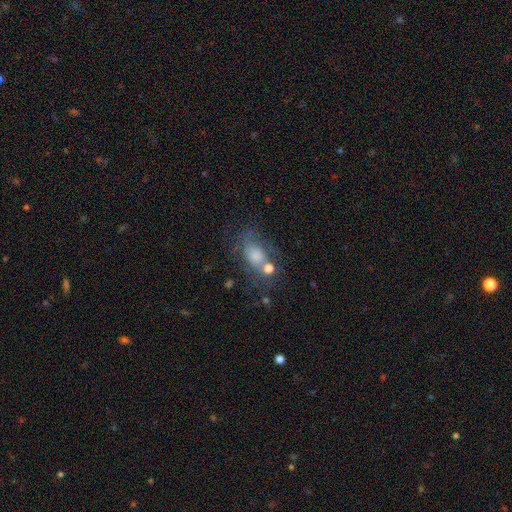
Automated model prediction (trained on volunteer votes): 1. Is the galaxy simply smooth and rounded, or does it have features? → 45% smooth, 36% featured or disk, 19% star or artifact.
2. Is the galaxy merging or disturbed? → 47% none, 20% minor disturbance, 17% major disturbance, 15% merger.